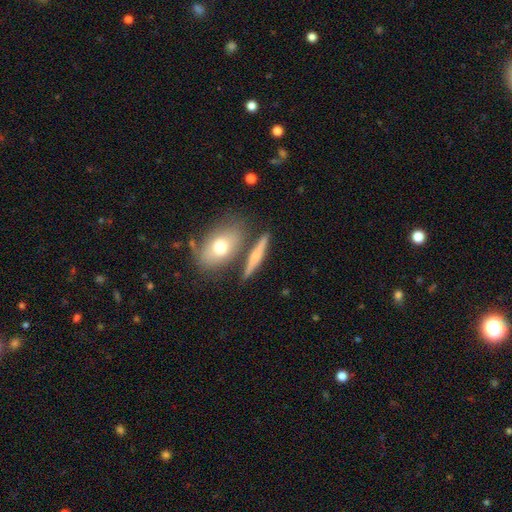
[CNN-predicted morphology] A smooth galaxy with no disk features (48%).

Vote fractions:
- Smooth or featured? smooth: 48% / featured or disk: 45% / star or artifact: 7%
- Merging? none: 73% / minor disturbance: 12% / merger: 11% / major disturbance: 4%